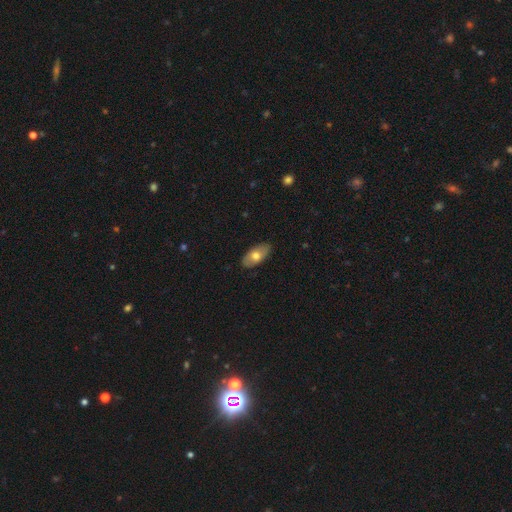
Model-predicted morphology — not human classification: Overall: smooth (66%; featured or disk 28%). How rounded: in between (92%). Merging: none (86%).